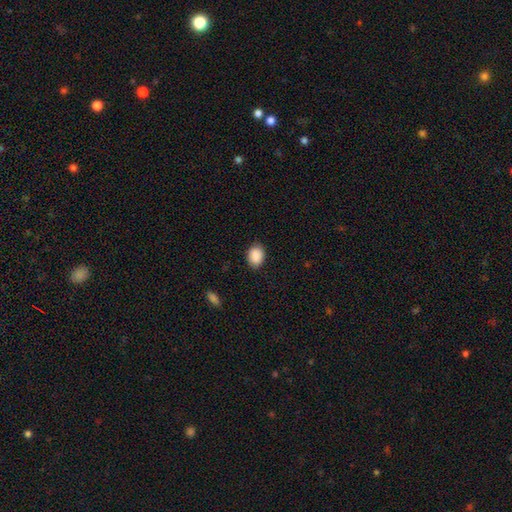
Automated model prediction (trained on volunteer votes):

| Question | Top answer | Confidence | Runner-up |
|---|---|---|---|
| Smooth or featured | smooth | 90% | star or artifact (7%) |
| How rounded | in between | 69% | round (30%) |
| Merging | none | 86% | minor disturbance (10%) |